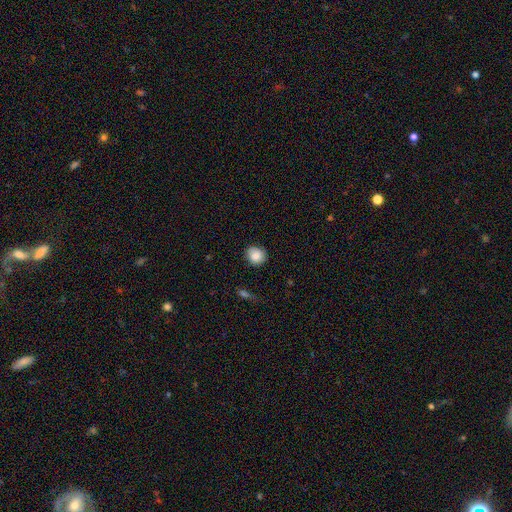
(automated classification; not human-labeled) Overall: smooth (85%). How rounded: round (81%). Merging: none (80%).